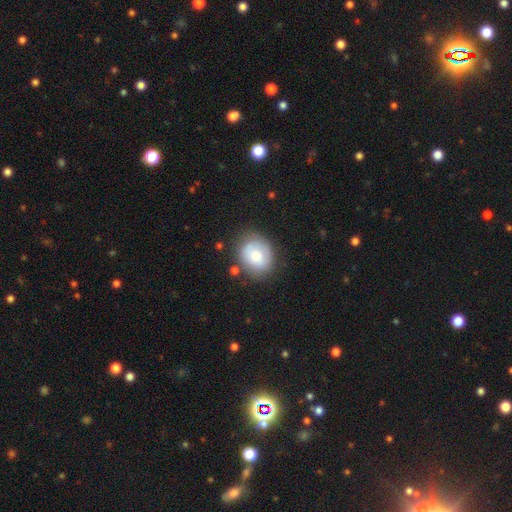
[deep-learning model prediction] Overall: smooth (68%). How rounded: round (64%; in between 35%). Merging: none (70%).